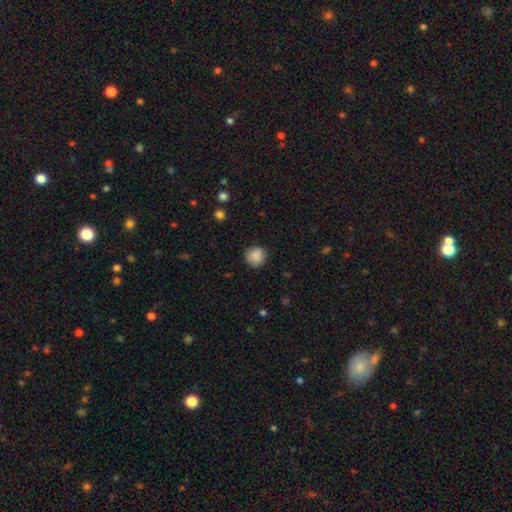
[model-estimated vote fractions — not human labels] A smooth galaxy with no disk features (87%) that is round (90%). Merging: none (86%).